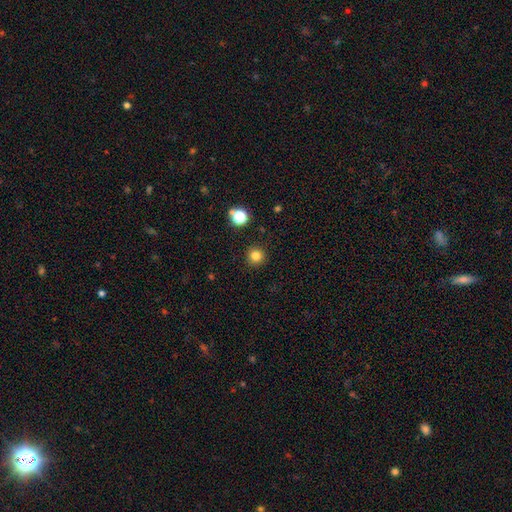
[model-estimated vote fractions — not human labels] Morphology: type=smooth (81%); roundness=round (95%); merging=none (91%).